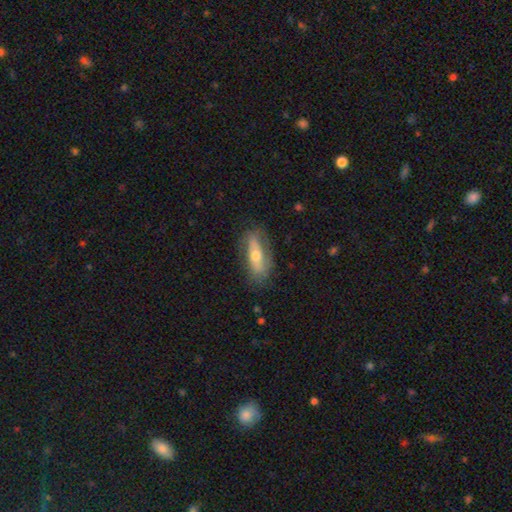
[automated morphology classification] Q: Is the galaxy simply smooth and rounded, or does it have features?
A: featured or disk — 47%.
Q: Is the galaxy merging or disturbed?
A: none — 75%.